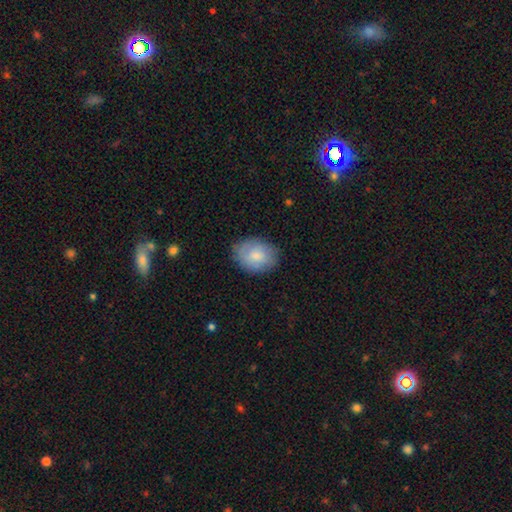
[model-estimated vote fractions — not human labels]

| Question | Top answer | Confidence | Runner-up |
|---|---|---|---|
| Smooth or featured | smooth | 78% | featured or disk (16%) |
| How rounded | in between | 63% | round (36%) |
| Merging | none | 78% | minor disturbance (17%) |